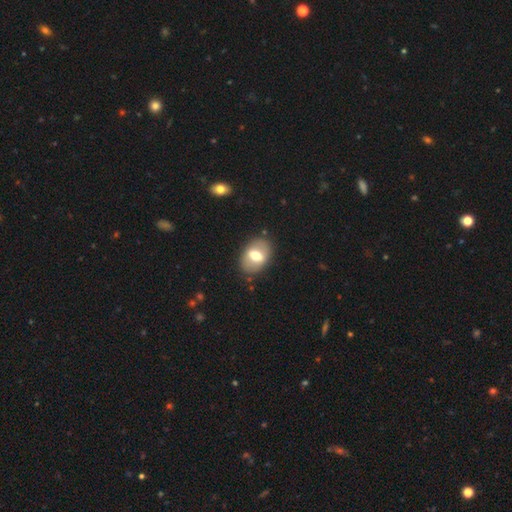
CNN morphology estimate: Smooth or featured? smooth (55%)
How rounded? in between (79%)
Merging? none (82%)